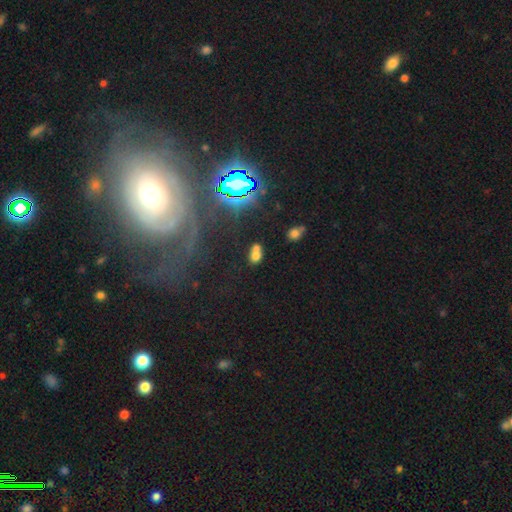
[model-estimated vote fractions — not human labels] Morphology: type=smooth (62%); roundness=in between (65%); merging=merger (54%).